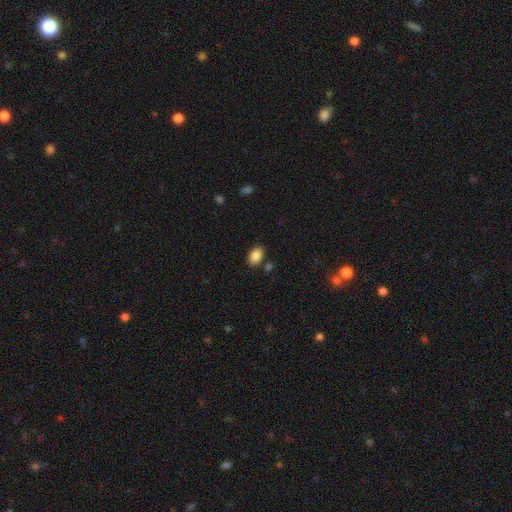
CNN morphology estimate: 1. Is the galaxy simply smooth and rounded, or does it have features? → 87% smooth, 8% star or artifact, 5% featured or disk.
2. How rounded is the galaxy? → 87% in between, 11% round, 1% cigar-shaped.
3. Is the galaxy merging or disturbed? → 82% none, 11% minor disturbance, 4% merger, 3% major disturbance.